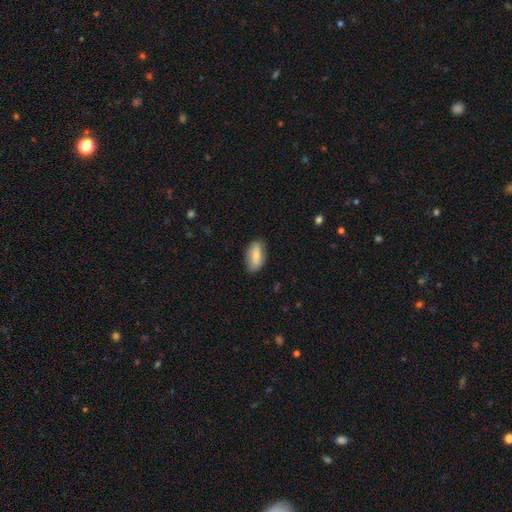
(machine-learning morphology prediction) Smooth or featured? smooth (77%)
How rounded? in between (90%)
Merging? none (81%)